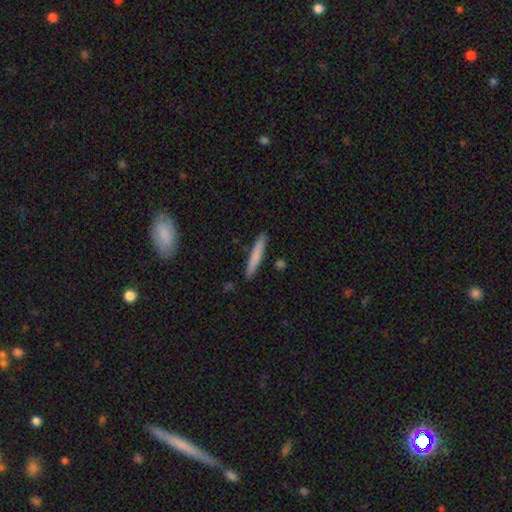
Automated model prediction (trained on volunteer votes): Morphology: type=smooth (76%); roundness=cigar-shaped (94%); merging=none (88%).